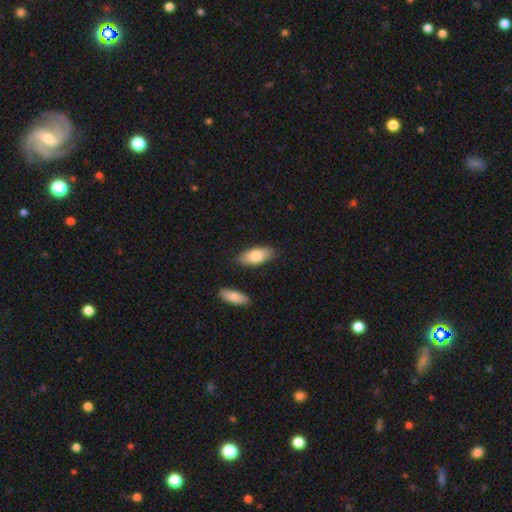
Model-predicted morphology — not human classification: This is likely a smooth galaxy (79%). How rounded: clearly in between (85%). Merging: clearly none (82%).